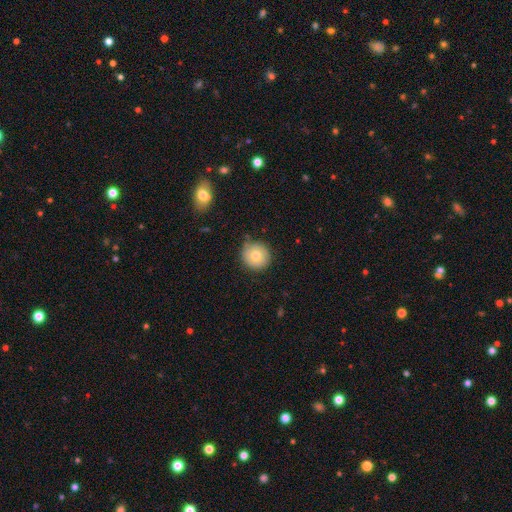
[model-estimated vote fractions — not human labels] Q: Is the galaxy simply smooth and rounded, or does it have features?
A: smooth — 74%.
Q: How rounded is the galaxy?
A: round — 93%.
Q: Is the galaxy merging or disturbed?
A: none — 83%.